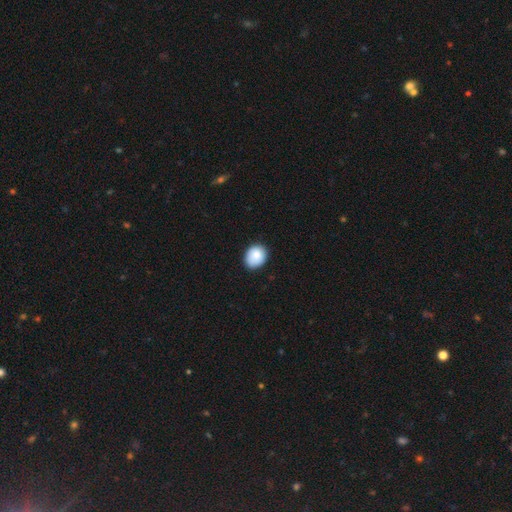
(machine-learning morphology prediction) Smooth or featured: smooth — 85% (star or artifact — 8%)
How rounded: round — 58% (in between — 41%)
Merging: none — 83% (minor disturbance — 14%)